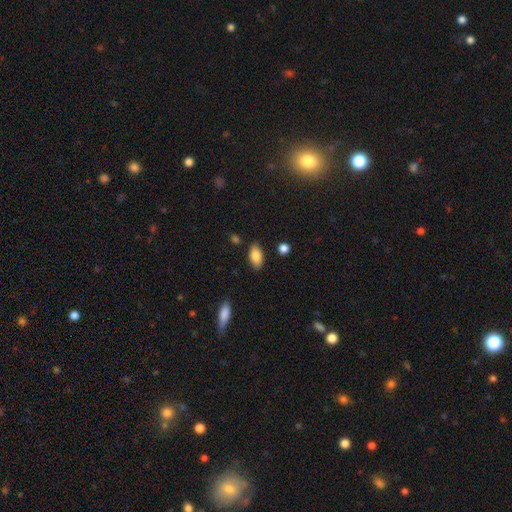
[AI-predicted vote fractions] This is clearly a smooth galaxy (84%). How rounded: clearly in between (92%). Merging: clearly none (83%).